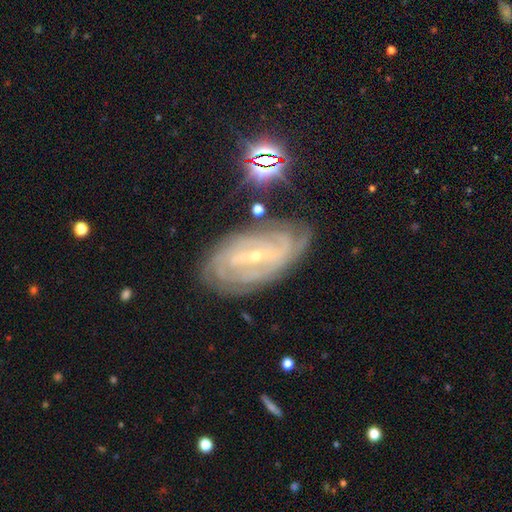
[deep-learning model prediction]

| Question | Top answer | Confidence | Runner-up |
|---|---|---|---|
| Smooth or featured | featured or disk | 86% | star or artifact (7%) |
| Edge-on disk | no | 94% | yes (6%) |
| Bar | strong | 50% | weak (36%) |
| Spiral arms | yes | 95% | no (5%) |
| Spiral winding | tight | 73% | medium (22%) |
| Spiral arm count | can't tell | 34% | 2 (21%) |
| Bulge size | small | 75% | moderate (22%) |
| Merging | none | 75% | minor disturbance (17%) |